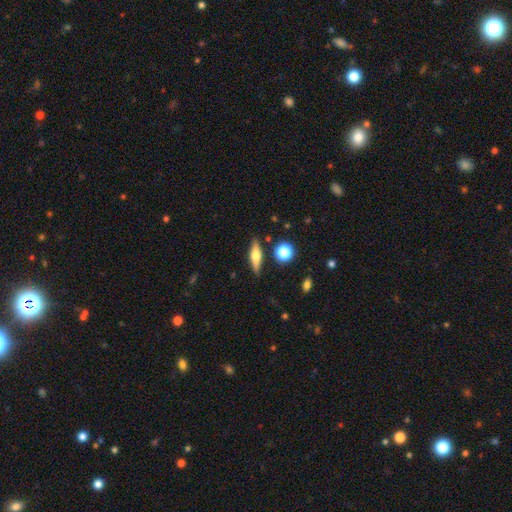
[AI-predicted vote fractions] Smooth or featured? smooth (47%)
Merging? none (83%)